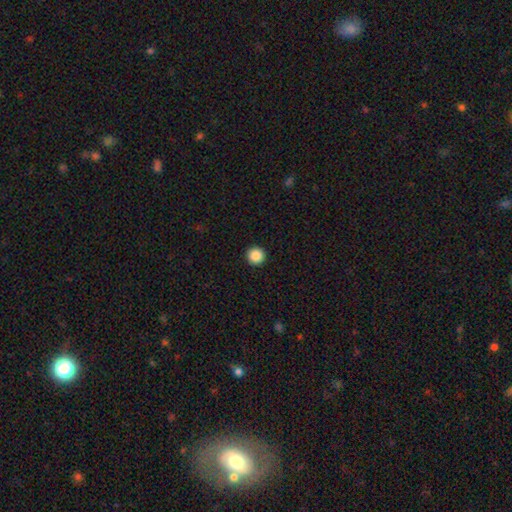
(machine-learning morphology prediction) Smooth or featured? smooth (88%)
How rounded? round (97%)
Merging? none (94%)